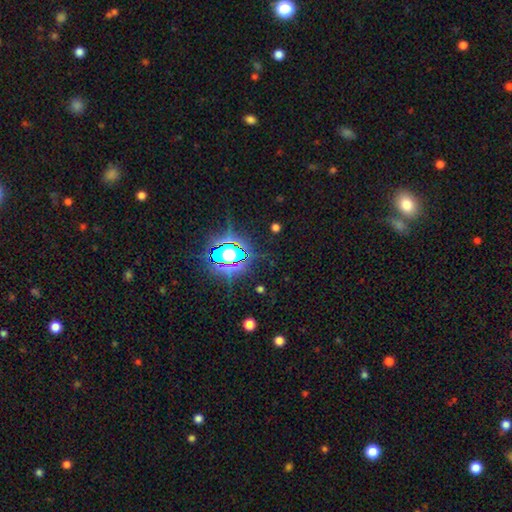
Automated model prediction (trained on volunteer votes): Morphology: type=star or artifact (80%).